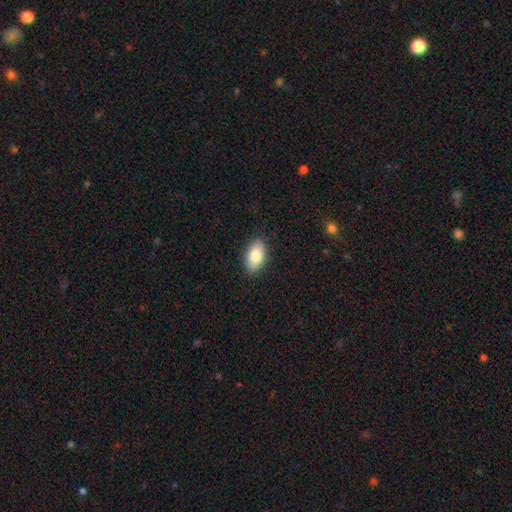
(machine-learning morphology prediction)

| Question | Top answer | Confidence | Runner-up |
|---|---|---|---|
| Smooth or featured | smooth | 81% | featured or disk (12%) |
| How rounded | in between | 93% | round (4%) |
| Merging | none | 88% | minor disturbance (9%) |